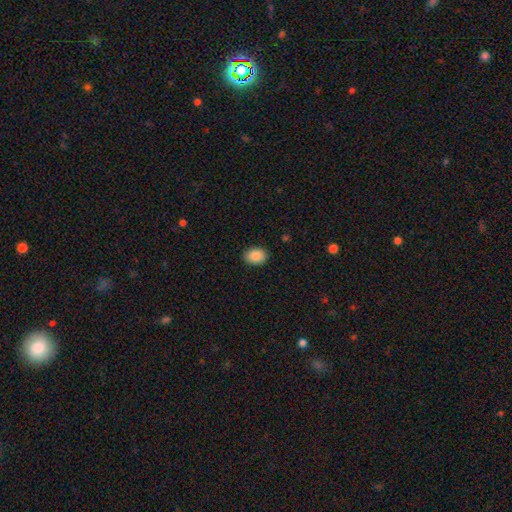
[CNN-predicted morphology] Overall: smooth (88%). How rounded: in between (68%; round 31%). Merging: none (89%).